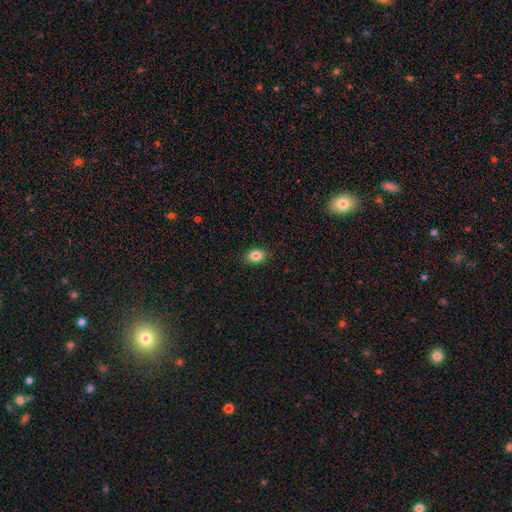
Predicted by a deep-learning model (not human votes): The model was most divided on "how rounded": in between: 75%, round: 24%, cigar-shaped: 1%. More confident: merging — none (89%); smooth or featured — smooth (85%).